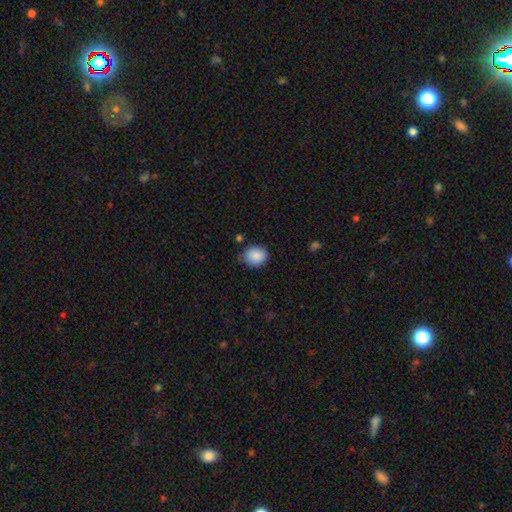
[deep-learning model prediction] Smooth or featured?
  - smooth: 88% *
  - star or artifact: 8%
  - featured or disk: 5%
How rounded?
  - round: 66% *
  - in between: 33%
  - cigar-shaped: 1%
Merging?
  - none: 72% *
  - minor disturbance: 22%
  - major disturbance: 4%
  - merger: 2%